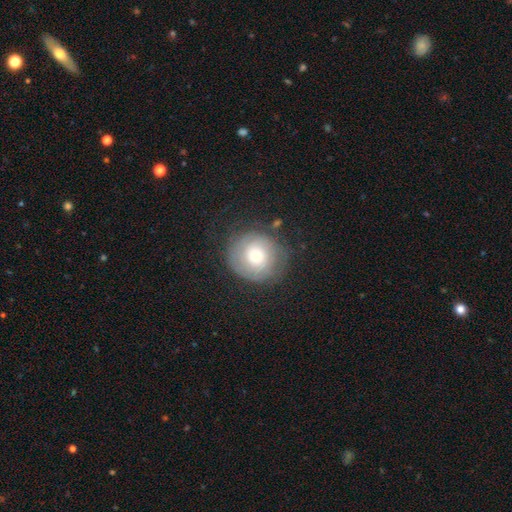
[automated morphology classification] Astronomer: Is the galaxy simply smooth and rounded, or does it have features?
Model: smooth — 47% (runner-up: featured or disk, 45%).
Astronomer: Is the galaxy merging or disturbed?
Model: none — 72%.